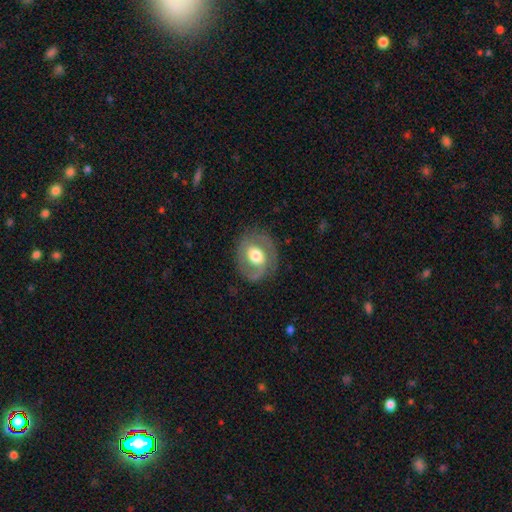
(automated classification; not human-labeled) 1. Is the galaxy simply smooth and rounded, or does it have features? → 58% featured or disk, 35% smooth, 7% star or artifact.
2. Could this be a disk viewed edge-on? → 96% no, 4% yes.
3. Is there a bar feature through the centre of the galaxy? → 59% no, 29% weak, 11% strong.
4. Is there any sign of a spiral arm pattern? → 61% yes, 39% no.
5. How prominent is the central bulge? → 56% moderate, 34% large, 6% small, 3% dominant, 1% none.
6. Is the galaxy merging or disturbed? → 74% none, 16% minor disturbance, 9% major disturbance, 1% merger.